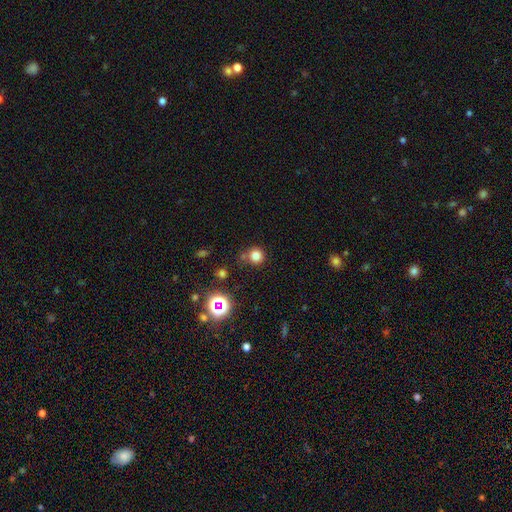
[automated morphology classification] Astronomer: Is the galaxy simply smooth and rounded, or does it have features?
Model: smooth — 77%.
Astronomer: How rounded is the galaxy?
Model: round — 91%.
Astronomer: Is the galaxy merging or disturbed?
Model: none — 74%.